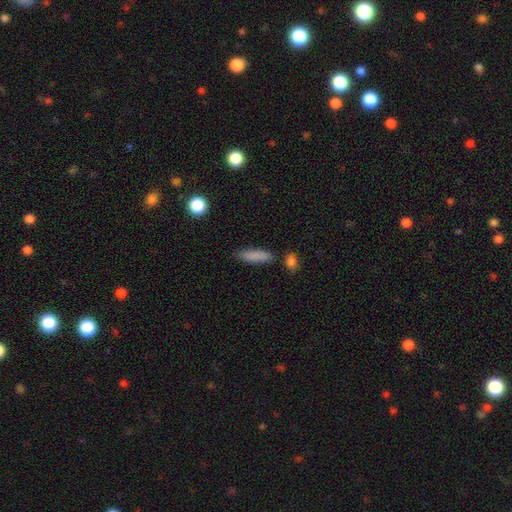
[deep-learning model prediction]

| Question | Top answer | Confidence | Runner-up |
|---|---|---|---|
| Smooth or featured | smooth | 85% | featured or disk (7%) |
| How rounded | cigar-shaped | 60% | in between (38%) |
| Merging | none | 78% | minor disturbance (13%) |